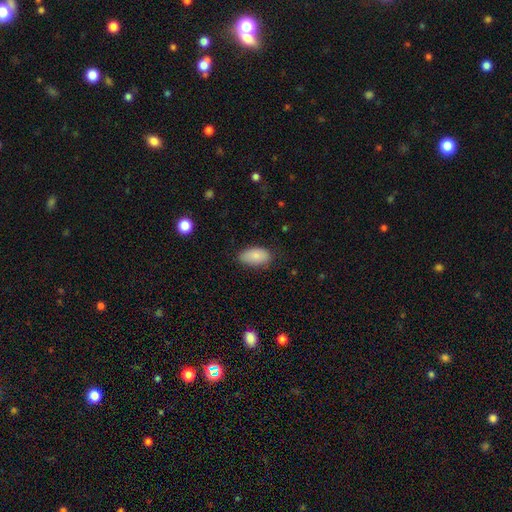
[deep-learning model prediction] The model was most divided on "merging": none: 75%, minor disturbance: 20%, major disturbance: 4%, merger: 1%. More confident: how rounded — in between (94%); smooth or featured — smooth (85%).